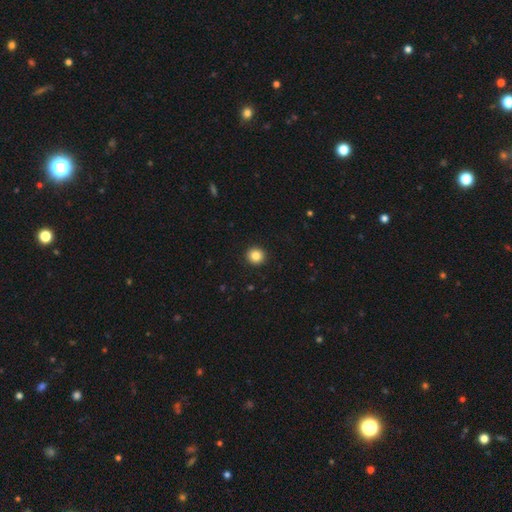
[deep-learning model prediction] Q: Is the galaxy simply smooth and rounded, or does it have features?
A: smooth — 85%.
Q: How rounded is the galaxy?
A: round — 94%.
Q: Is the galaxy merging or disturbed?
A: none — 93%.